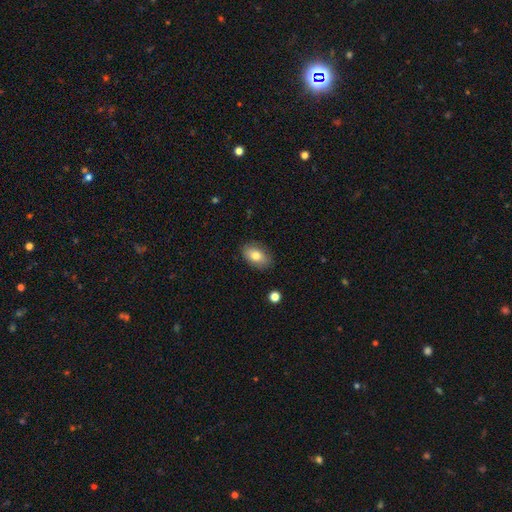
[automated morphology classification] Overall: smooth (78%). How rounded: in between (89%). Merging: none (84%).